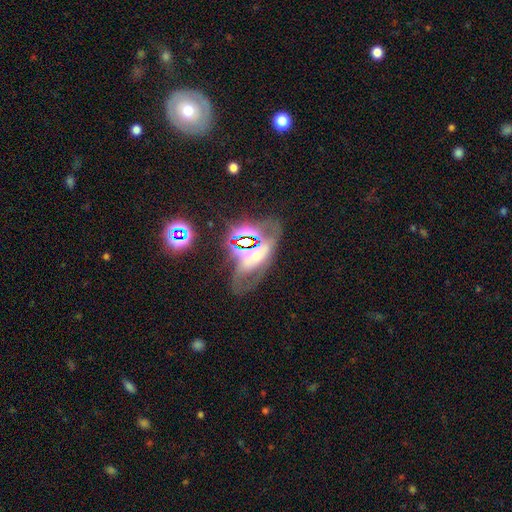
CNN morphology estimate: Smooth or featured?
  - featured or disk: 41% *
  - star or artifact: 35%
  - smooth: 24%
Merging?
  - none: 45% *
  - major disturbance: 24%
  - minor disturbance: 20%
  - merger: 11%